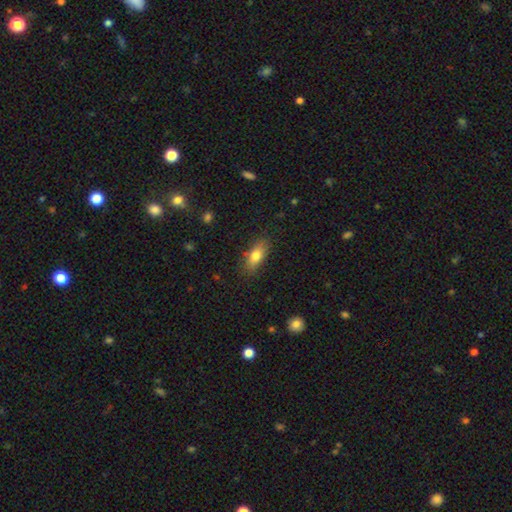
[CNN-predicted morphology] smooth-or-featured: smooth: 78% | featured or disk: 14% | star or artifact: 8%
  how-rounded: in between: 80% | cigar-shaped: 15% | round: 5%
  merging: none: 82% | minor disturbance: 13% | major disturbance: 3% | merger: 1%